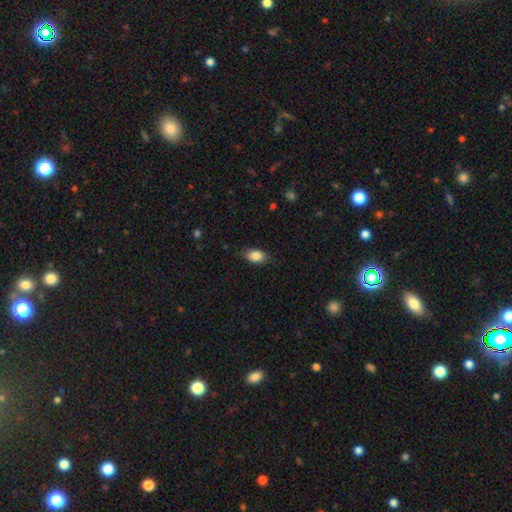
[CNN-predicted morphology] smooth-or-featured: smooth: 86% | star or artifact: 8% | featured or disk: 6%
  how-rounded: in between: 87% | round: 11% | cigar-shaped: 2%
  merging: none: 80% | minor disturbance: 16% | major disturbance: 3% | merger: 1%